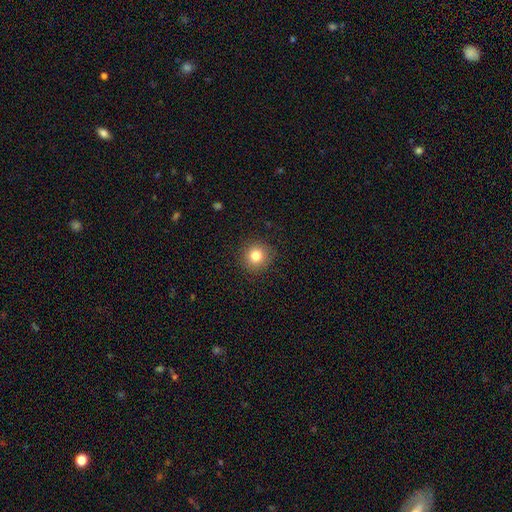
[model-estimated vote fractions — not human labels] smooth 81%, star or artifact 12%, featured or disk 7%. Down the decision tree: how rounded — round (93%); merging — none (91%).